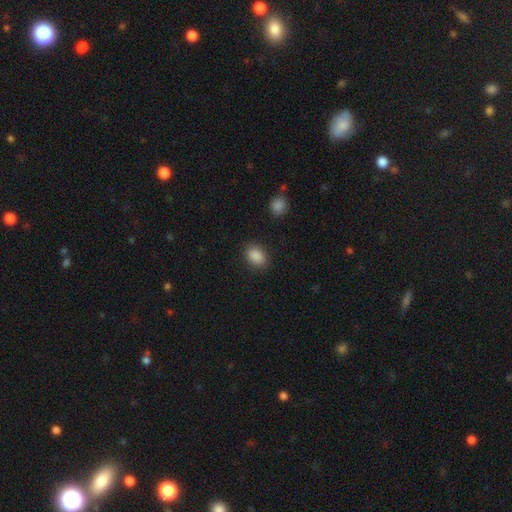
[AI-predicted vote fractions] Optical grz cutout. It shows a smooth galaxy with no disk features (88%) that is in between round and cigar-shaped (74%). Merging: none (85%).